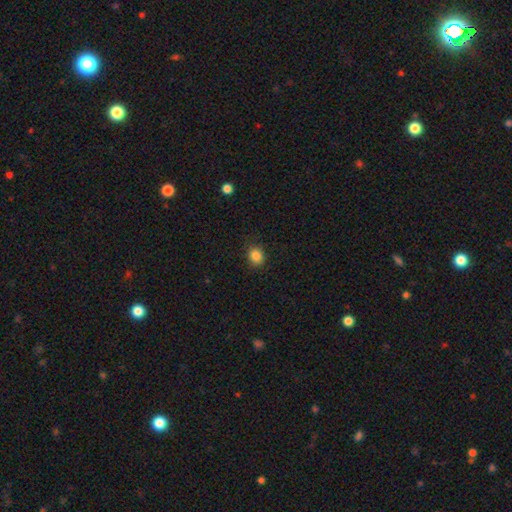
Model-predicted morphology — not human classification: A smooth galaxy with no disk features (85%) that is round (69%).

Vote fractions:
- Smooth or featured? smooth: 85% / star or artifact: 11% / featured or disk: 4%
- How rounded? round: 69% / in between: 30% / cigar-shaped: 1%
- Merging? none: 87% / minor disturbance: 9% / major disturbance: 3% / merger: 1%